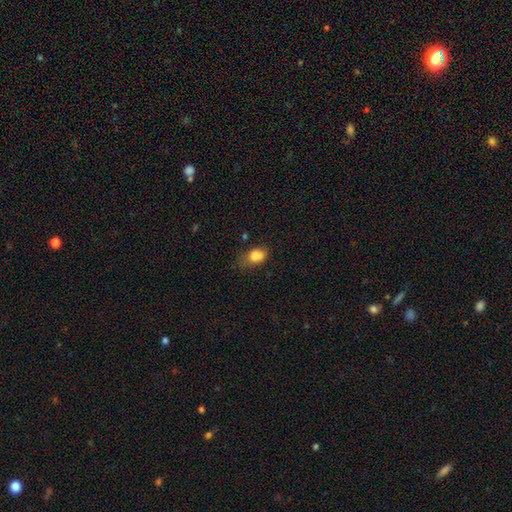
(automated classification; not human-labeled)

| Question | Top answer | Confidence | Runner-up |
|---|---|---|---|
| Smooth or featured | smooth | 82% | star or artifact (10%) |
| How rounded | in between | 77% | round (22%) |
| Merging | none | 43% | minor disturbance (37%) |